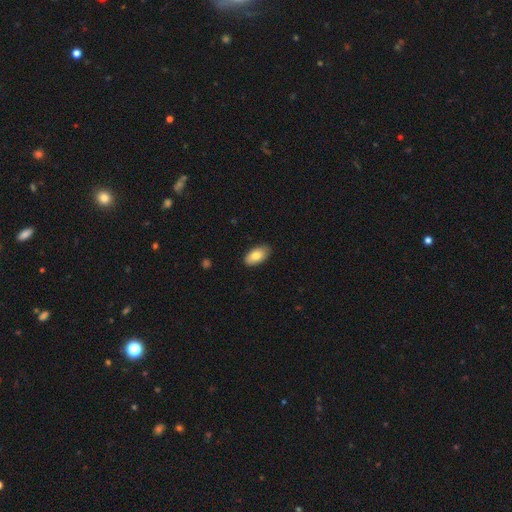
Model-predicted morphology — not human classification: Smooth or featured: smooth — 82% (featured or disk — 12%)
How rounded: in between — 94% (round — 3%)
Merging: none — 87% (minor disturbance — 10%)